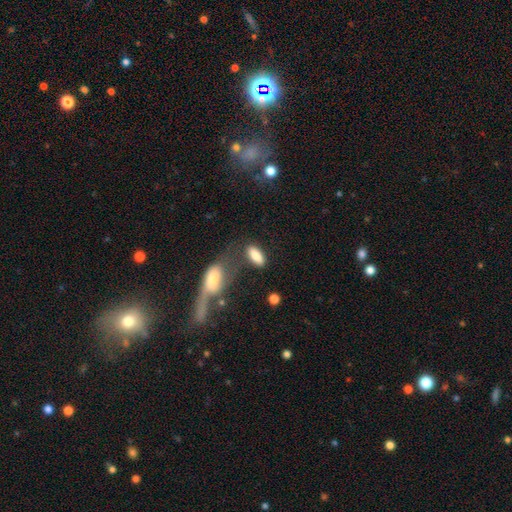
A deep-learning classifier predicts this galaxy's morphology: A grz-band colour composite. It shows a smooth galaxy with no disk features (84%) that is in between round and cigar-shaped (82%). Merging: none (53%).